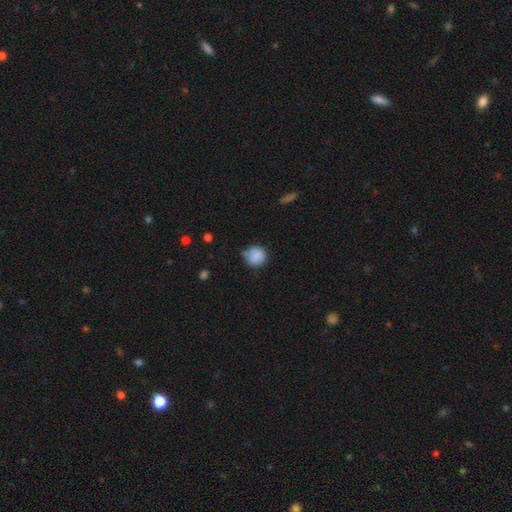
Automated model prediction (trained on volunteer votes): Smooth or featured? smooth (87%)
How rounded? round (92%)
Merging? none (66%)